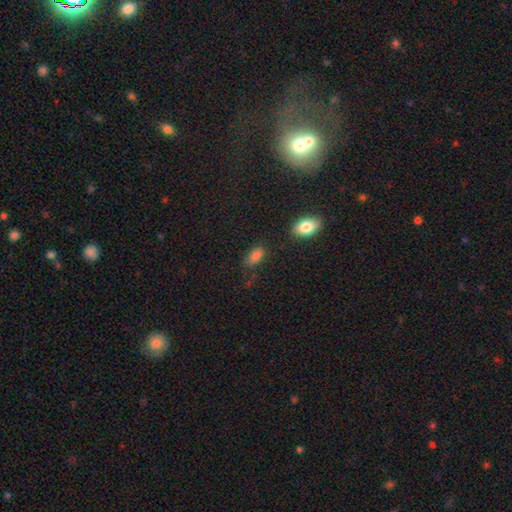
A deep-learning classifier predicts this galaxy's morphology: This appears to be a smooth galaxy with no disk features (84%) that is in between round and cigar-shaped (90%). Merging: none (65%).